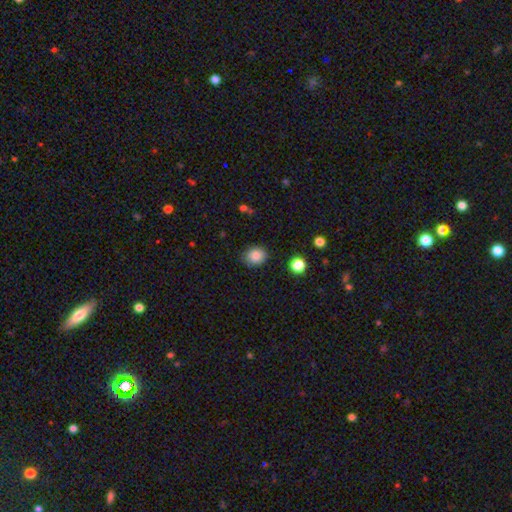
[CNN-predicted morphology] A smooth galaxy with no disk features (85%) that is round (60%). Merging: none (83%).